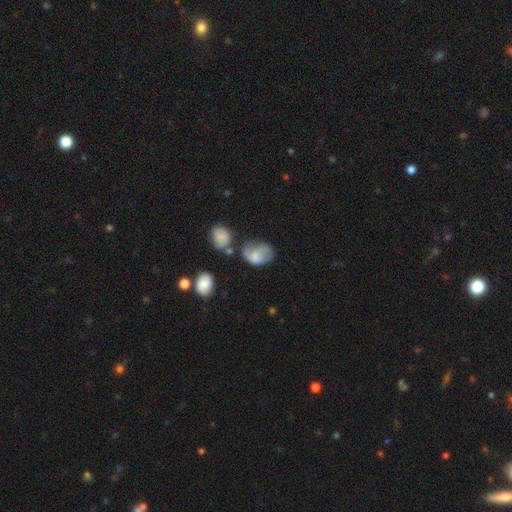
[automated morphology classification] Q: Smooth or featured?
A: smooth (65%); runner-up: featured or disk (25%)
Q: How rounded?
A: in between (74%); runner-up: round (25%)
Q: Merging?
A: minor disturbance (30%); runner-up: major disturbance (29%)